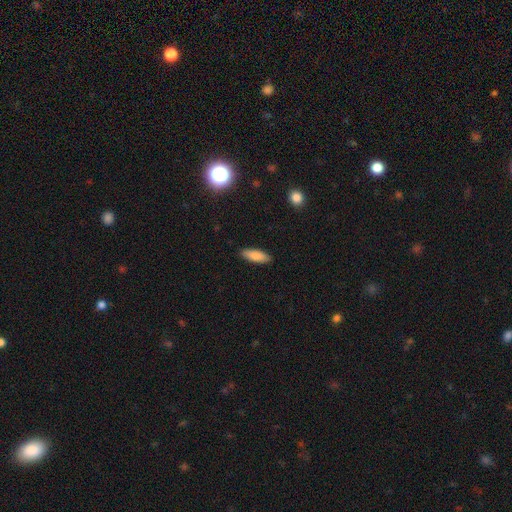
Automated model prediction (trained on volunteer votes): Smooth or featured: smooth — 84% (featured or disk — 10%)
How rounded: in between — 62% (cigar-shaped — 36%)
Merging: none — 89% (minor disturbance — 8%)